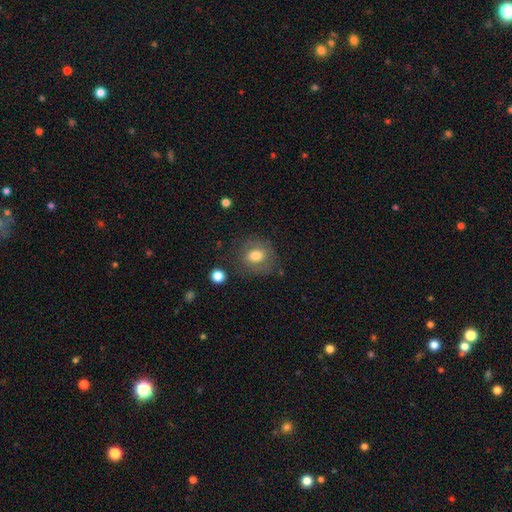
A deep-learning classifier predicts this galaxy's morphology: Smooth or featured? Predicted: smooth (p=0.68). How rounded? Predicted: round (p=0.66). Merging? Predicted: none (p=0.73).